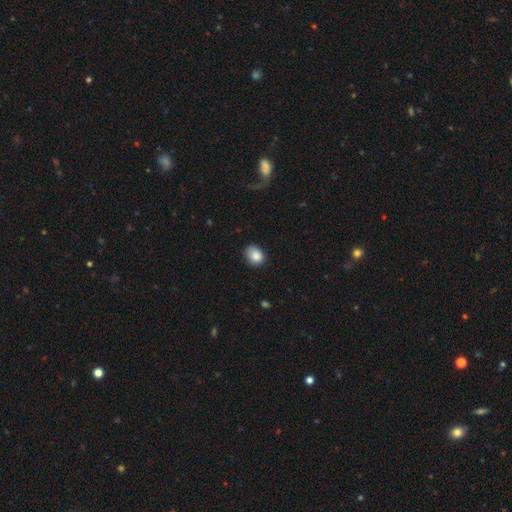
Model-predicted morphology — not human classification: Smooth or featured? smooth (86%)
How rounded? round (52%)
Merging? none (73%)